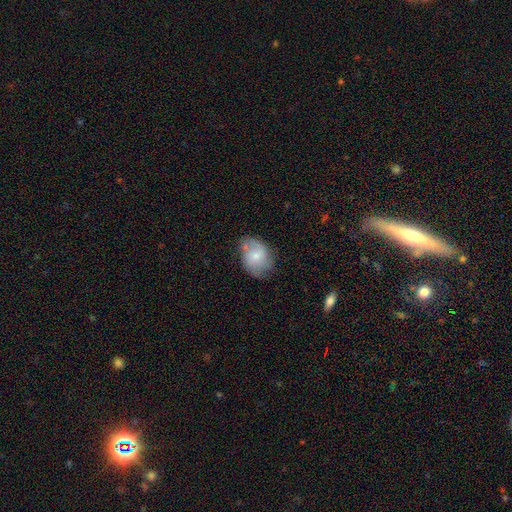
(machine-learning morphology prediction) Q: Smooth or featured?
A: smooth (54%); runner-up: featured or disk (39%)
Q: How rounded?
A: in between (60%); runner-up: round (39%)
Q: Merging?
A: none (60%); runner-up: minor disturbance (27%)